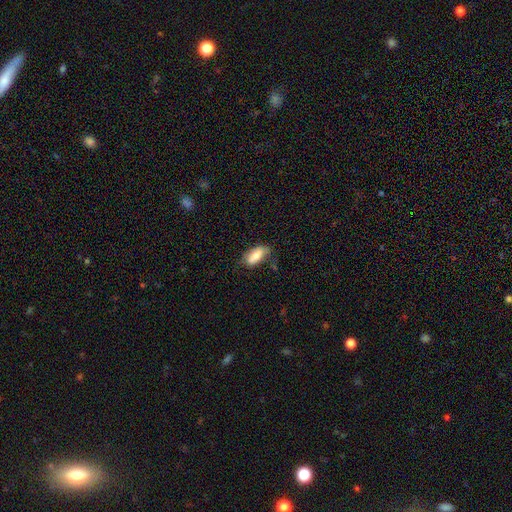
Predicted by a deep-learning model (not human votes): smooth_or_featured: smooth (p=0.72) [alt: featured or disk p=0.21]
how_rounded: in between (p=0.85) [alt: cigar-shaped p=0.13]
merging: none (p=0.60) [alt: minor disturbance p=0.29]